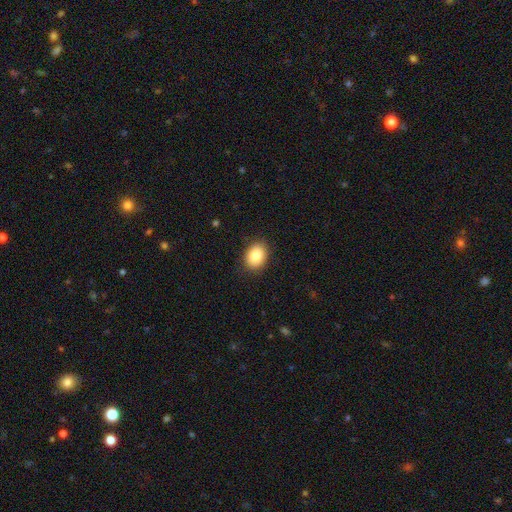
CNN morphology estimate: Smooth or featured? smooth (85%)
How rounded? in between (61%)
Merging? none (88%)